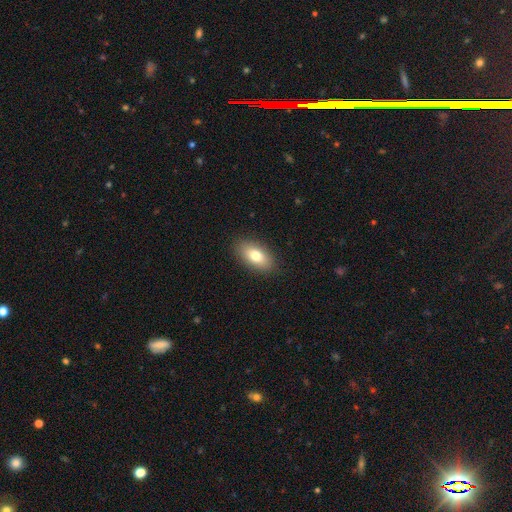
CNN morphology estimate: smooth_or_featured: smooth (p=0.77) [alt: featured or disk p=0.16]
how_rounded: in between (p=0.90) [alt: cigar-shaped p=0.06]
merging: none (p=0.88) [alt: minor disturbance p=0.09]